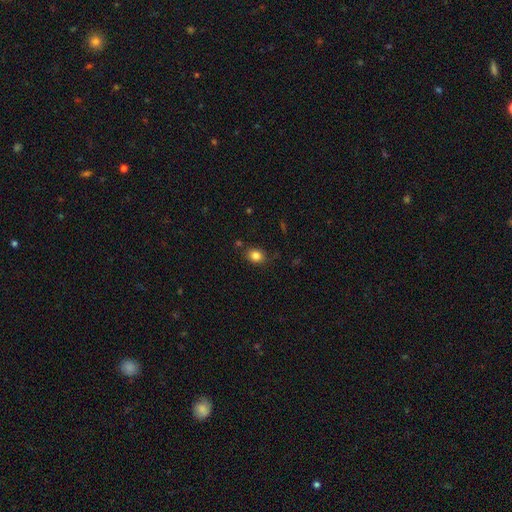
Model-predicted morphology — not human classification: smooth 84%, star or artifact 11%, featured or disk 6%. Down the decision tree: how rounded — round (56%); merging — none (80%).